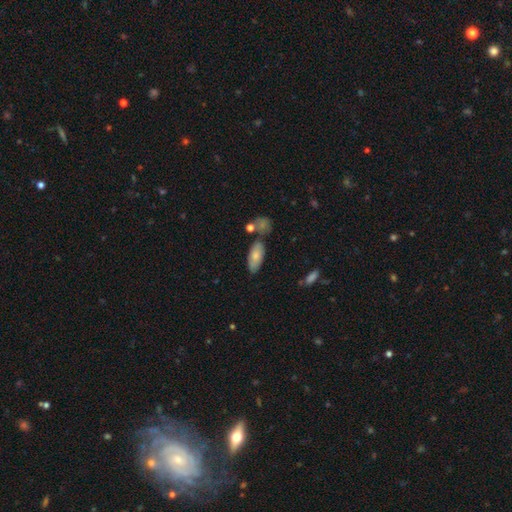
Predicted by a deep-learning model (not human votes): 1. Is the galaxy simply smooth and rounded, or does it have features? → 74% smooth, 20% featured or disk, 6% star or artifact.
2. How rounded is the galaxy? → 87% in between, 10% cigar-shaped, 2% round.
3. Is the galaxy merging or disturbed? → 66% none, 18% minor disturbance, 11% merger, 5% major disturbance.